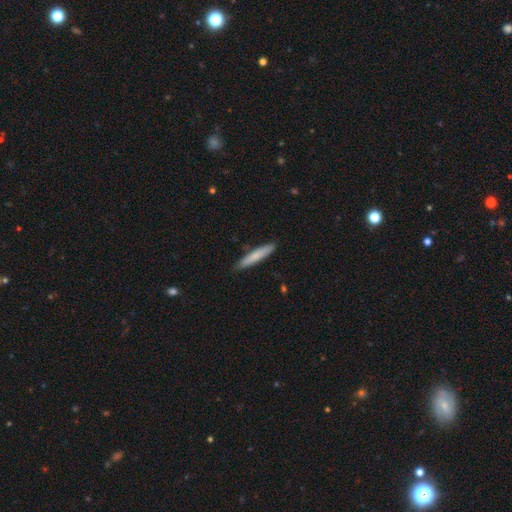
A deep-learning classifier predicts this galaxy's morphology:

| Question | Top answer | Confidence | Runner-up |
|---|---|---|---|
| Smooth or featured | smooth | 74% | featured or disk (20%) |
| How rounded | cigar-shaped | 92% | in between (7%) |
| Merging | none | 88% | minor disturbance (10%) |